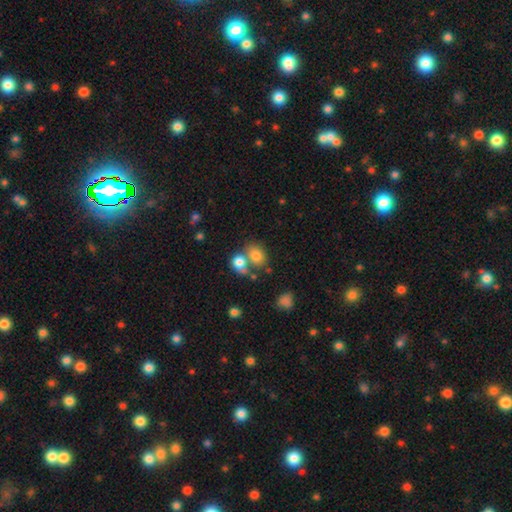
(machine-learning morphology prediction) This is likely a smooth galaxy (78%). How rounded: possibly in between (52%). Merging: possibly merger (50%).